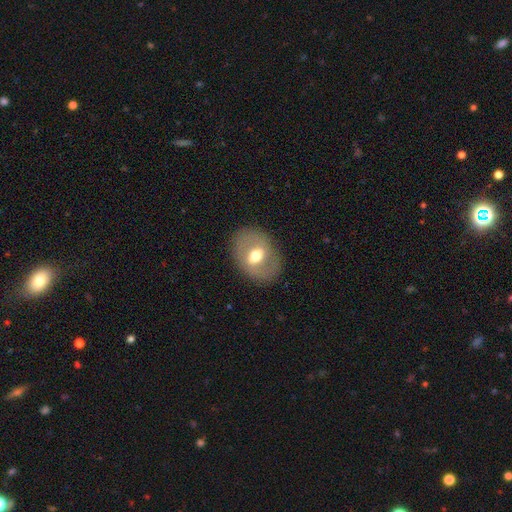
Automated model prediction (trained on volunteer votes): Q: Smooth or featured?
A: smooth (48%); runner-up: featured or disk (44%)
Q: Merging?
A: none (82%); runner-up: minor disturbance (11%)